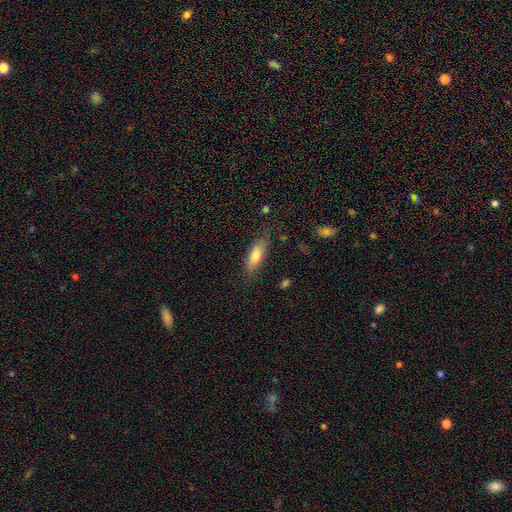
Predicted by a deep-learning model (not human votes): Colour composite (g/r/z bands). It shows a smooth galaxy with no disk features (75%) that is in between round and cigar-shaped (63%). Merging: none (78%).